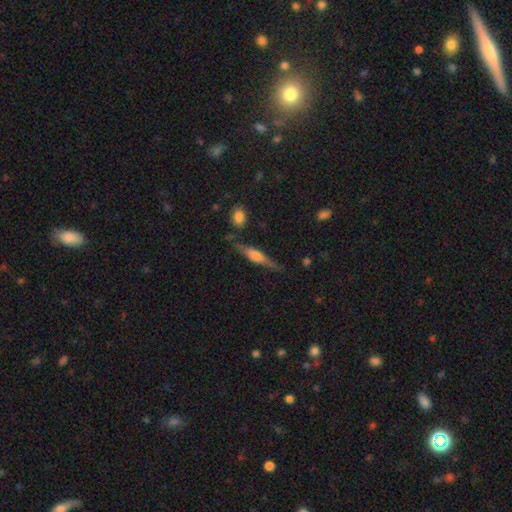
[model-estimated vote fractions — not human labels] The model was most divided on "smooth or featured": featured or disk: 63%, smooth: 30%, star or artifact: 7%. More confident: edge-on disk — yes (96%); merging — none (77%); edge-on bulge — rounded (71%).